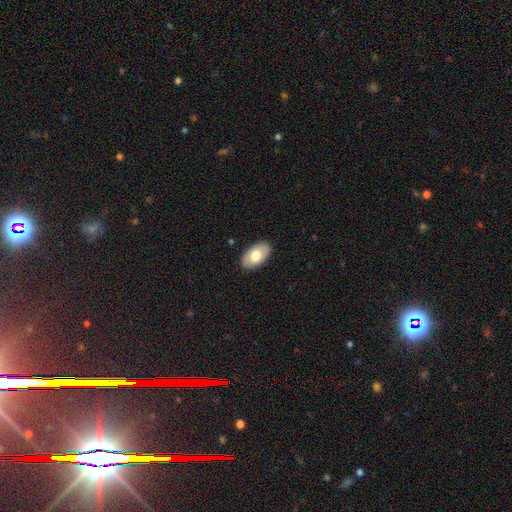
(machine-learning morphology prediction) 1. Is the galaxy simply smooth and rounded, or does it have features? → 68% smooth, 26% featured or disk, 6% star or artifact.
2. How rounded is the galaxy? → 94% in between, 5% round, 1% cigar-shaped.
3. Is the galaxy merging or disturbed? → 88% none, 9% minor disturbance, 2% major disturbance, 1% merger.